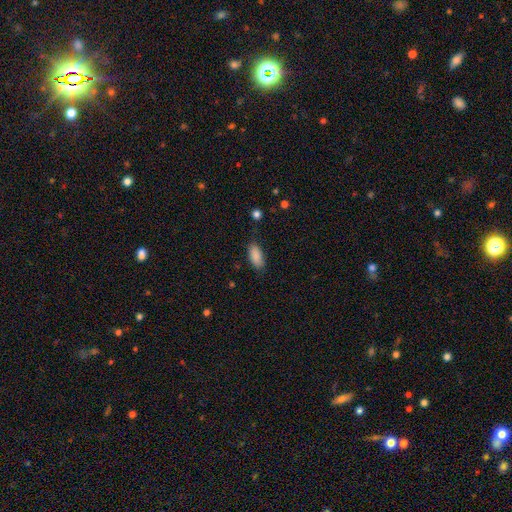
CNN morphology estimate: smooth_or_featured: smooth (p=0.88) [alt: star or artifact p=0.07]
how_rounded: in between (p=0.88) [alt: cigar-shaped p=0.09]
merging: none (p=0.82) [alt: minor disturbance p=0.14]